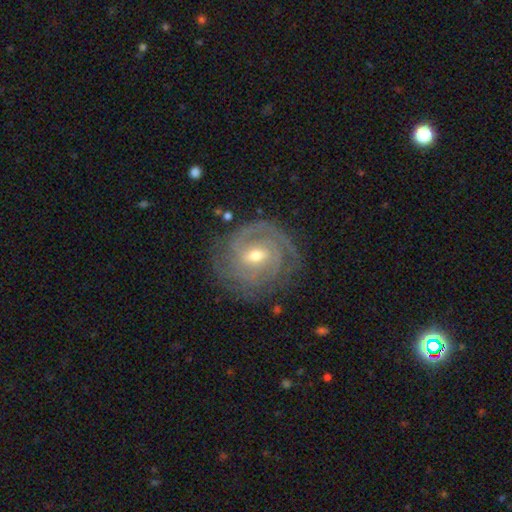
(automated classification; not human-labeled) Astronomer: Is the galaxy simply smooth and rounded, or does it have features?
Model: featured or disk — 87%.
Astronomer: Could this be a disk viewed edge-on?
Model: no — 97%.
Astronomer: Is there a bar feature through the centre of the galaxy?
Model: weak — 54%.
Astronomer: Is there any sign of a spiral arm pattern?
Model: yes — 96%.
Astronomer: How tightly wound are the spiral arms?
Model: tight — 74%.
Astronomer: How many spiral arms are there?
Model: can't tell — 27%, tied with 2 at 27%.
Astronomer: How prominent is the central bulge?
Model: moderate — 58% (runner-up: small, 38%).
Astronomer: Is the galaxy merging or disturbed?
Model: none — 78%.